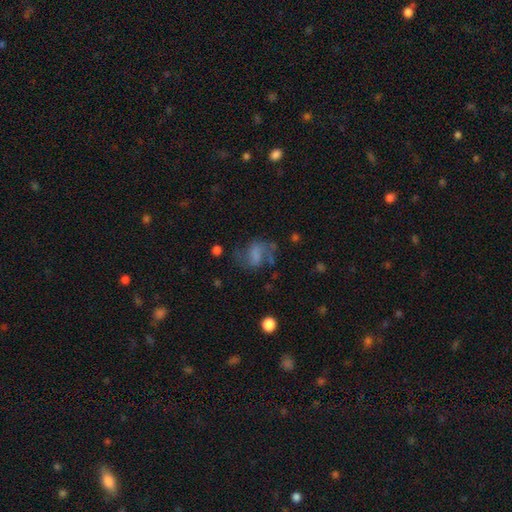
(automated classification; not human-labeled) smooth-or-featured: featured or disk: 51% | smooth: 31% | star or artifact: 17%
  disk-edge-on: no: 96% | yes: 4%
  merging: none: 52% | major disturbance: 24% | minor disturbance: 20% | merger: 3%